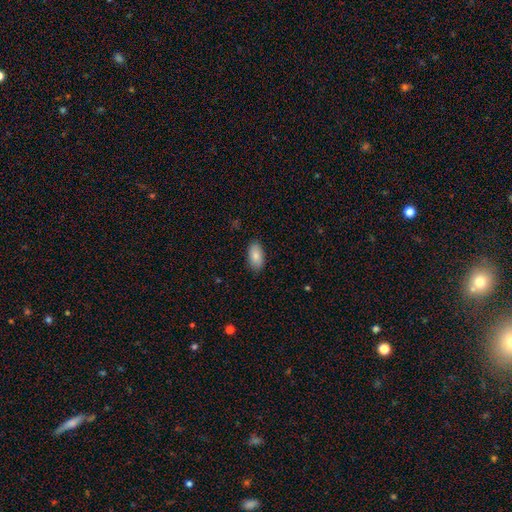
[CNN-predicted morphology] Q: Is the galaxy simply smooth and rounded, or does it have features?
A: smooth — 85%.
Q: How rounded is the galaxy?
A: in between — 94%.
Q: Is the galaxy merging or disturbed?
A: none — 87%.